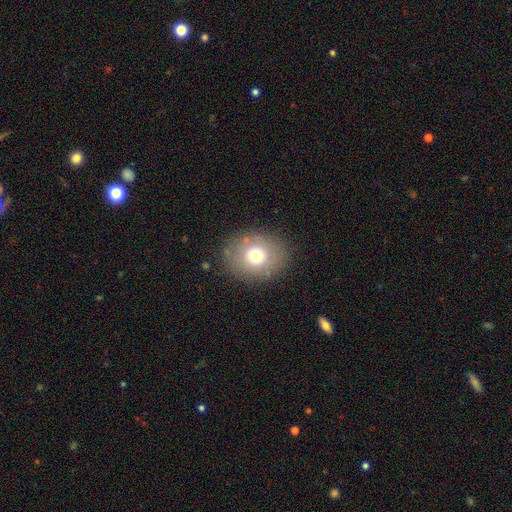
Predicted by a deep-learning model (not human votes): smooth-or-featured: smooth: 72% | featured or disk: 16% | star or artifact: 12%
  how-rounded: round: 57% | in between: 42% | cigar-shaped: 1%
  merging: none: 83% | minor disturbance: 11% | major disturbance: 4% | merger: 2%